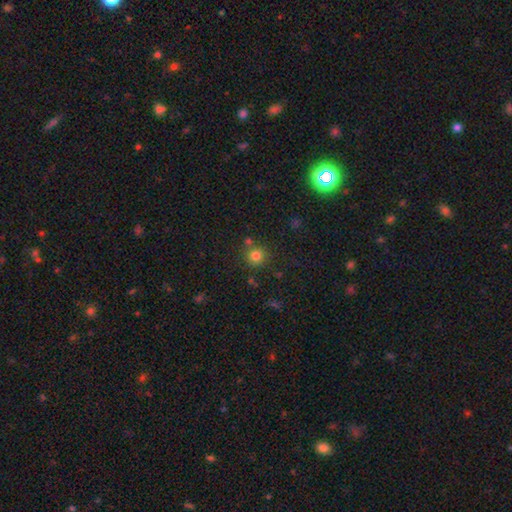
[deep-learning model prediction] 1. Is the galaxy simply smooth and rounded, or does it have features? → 79% smooth, 15% star or artifact, 7% featured or disk.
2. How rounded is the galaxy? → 92% round, 7% in between, 1% cigar-shaped.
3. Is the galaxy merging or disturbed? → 75% none, 13% merger, 9% minor disturbance, 3% major disturbance.